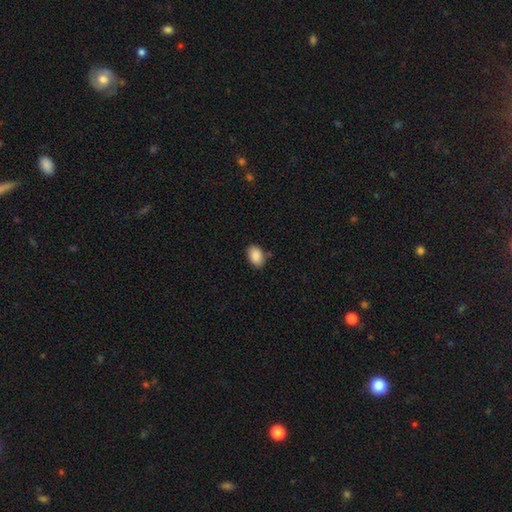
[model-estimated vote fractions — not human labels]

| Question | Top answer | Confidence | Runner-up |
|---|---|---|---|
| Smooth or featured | smooth | 89% | star or artifact (7%) |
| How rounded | in between | 88% | round (11%) |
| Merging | none | 83% | minor disturbance (12%) |